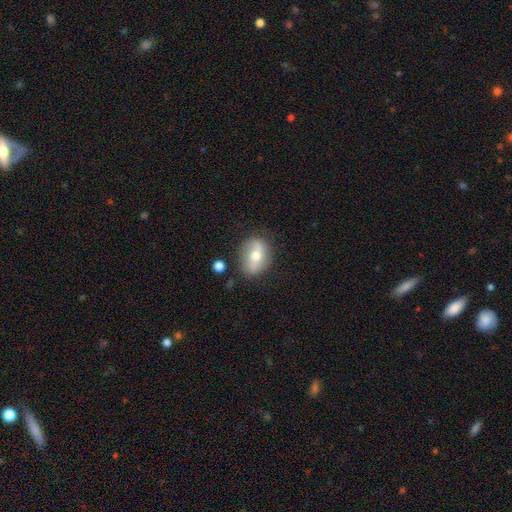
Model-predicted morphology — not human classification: A featured or disk galaxy (47%). Merging: none (80%).